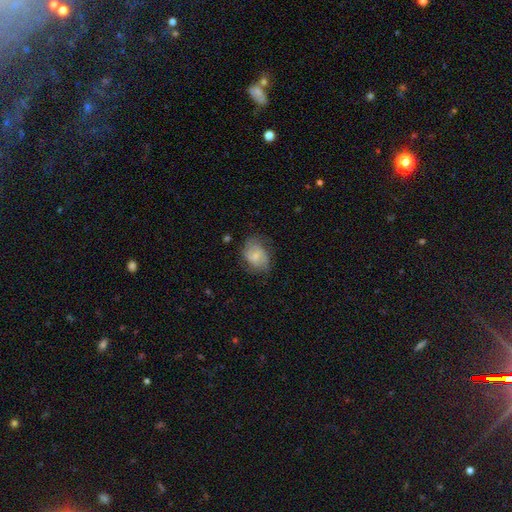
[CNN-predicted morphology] This is possibly a smooth galaxy (56%). How rounded: likely in between (63%). Merging: likely none (60%).